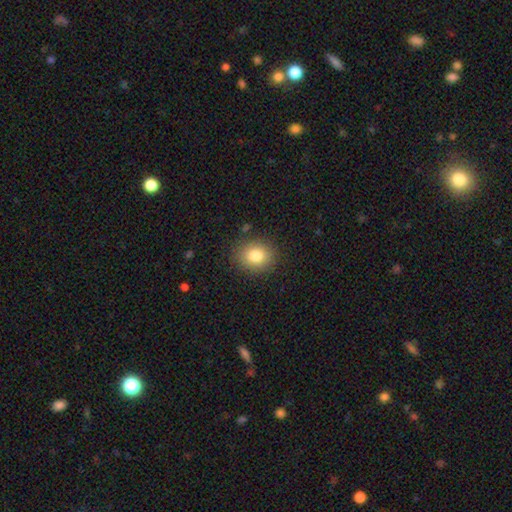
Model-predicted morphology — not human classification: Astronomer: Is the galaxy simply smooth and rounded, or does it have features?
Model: smooth — 82%.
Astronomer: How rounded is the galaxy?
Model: round — 67%.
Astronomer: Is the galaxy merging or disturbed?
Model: none — 87%.